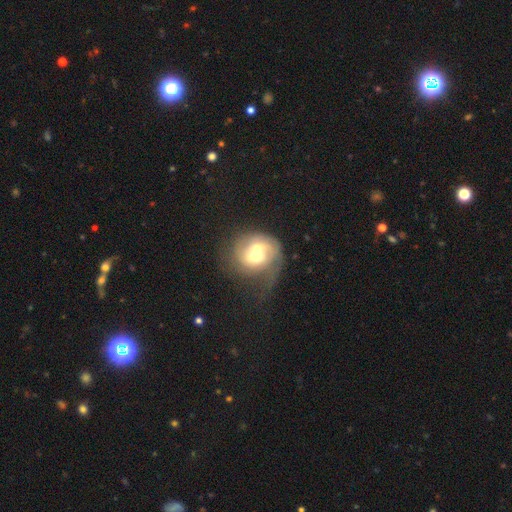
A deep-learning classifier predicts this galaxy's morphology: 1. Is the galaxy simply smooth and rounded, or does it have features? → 52% featured or disk, 39% smooth, 8% star or artifact.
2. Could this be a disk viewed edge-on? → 97% no, 3% yes.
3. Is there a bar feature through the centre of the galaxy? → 78% no, 18% weak, 4% strong.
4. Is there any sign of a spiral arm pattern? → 50% yes (tied), 50% no (tied).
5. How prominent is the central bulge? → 65% moderate, 16% small, 14% large, 3% none, 2% dominant.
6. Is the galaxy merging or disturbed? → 59% merger, 16% none, 15% major disturbance, 10% minor disturbance.